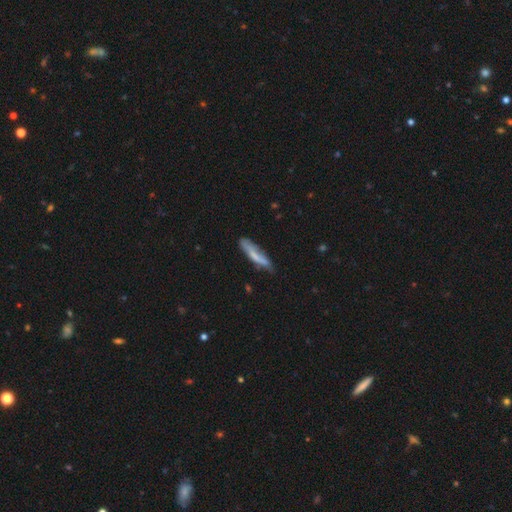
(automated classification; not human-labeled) Q: Smooth or featured?
A: smooth (62%); runner-up: featured or disk (32%)
Q: How rounded?
A: cigar-shaped (79%); runner-up: in between (20%)
Q: Merging?
A: none (56%); runner-up: minor disturbance (30%)